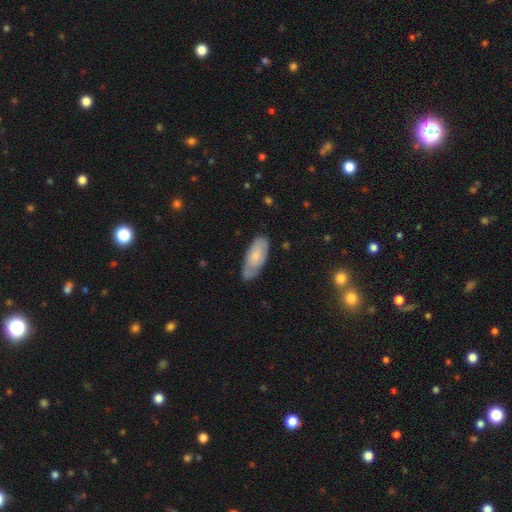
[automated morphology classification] Overall: smooth (62%; featured or disk 32%). How rounded: in between (82%). Merging: none (60%; minor disturbance 30%).